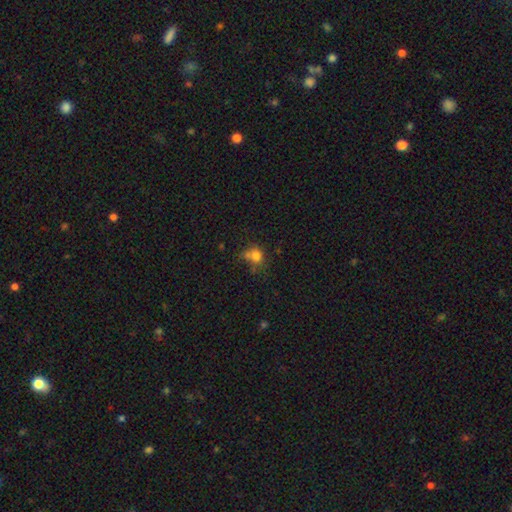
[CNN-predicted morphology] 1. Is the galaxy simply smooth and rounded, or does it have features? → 74% smooth, 15% star or artifact, 11% featured or disk.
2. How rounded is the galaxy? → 69% round, 30% in between, 1% cigar-shaped.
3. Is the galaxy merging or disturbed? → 44% none, 24% merger, 20% minor disturbance, 12% major disturbance.